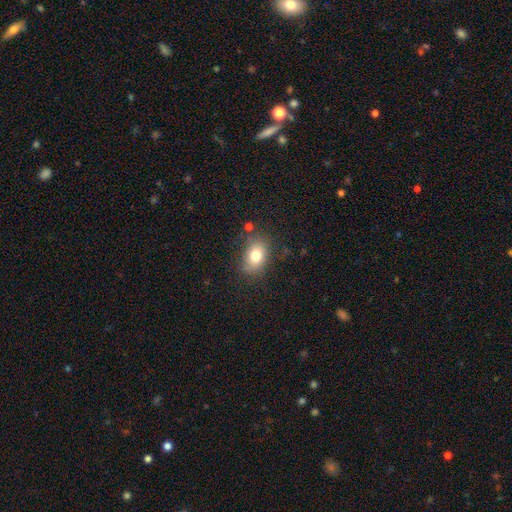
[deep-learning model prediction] This is likely a smooth galaxy (77%). How rounded: likely in between (78%). Merging: likely none (75%).